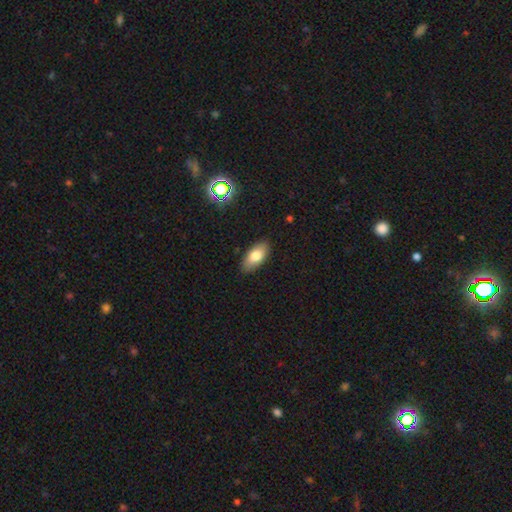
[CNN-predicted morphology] This appears to be a smooth galaxy with no disk features (77%) that is in between round and cigar-shaped (90%). Merging: none (87%).